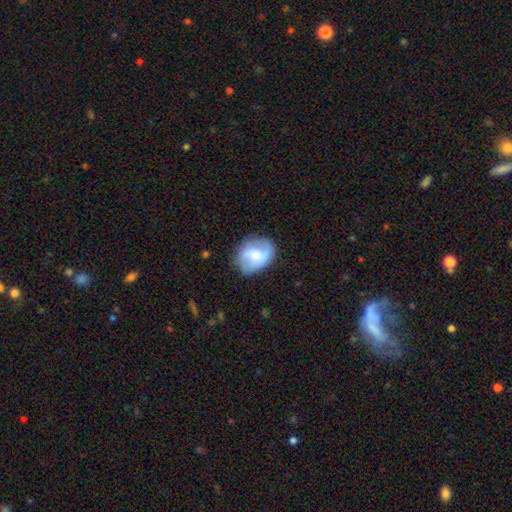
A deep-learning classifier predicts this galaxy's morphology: type=featured or disk (48%); merging=none (73%).